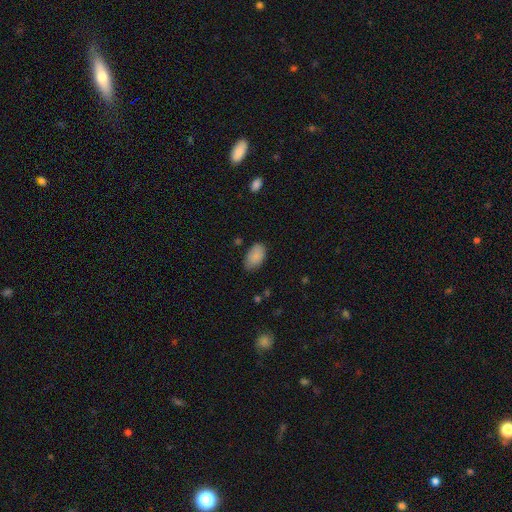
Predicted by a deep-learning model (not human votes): Q: Smooth or featured?
A: smooth (88%); runner-up: star or artifact (7%)
Q: How rounded?
A: in between (94%); runner-up: round (5%)
Q: Merging?
A: none (77%); runner-up: minor disturbance (18%)